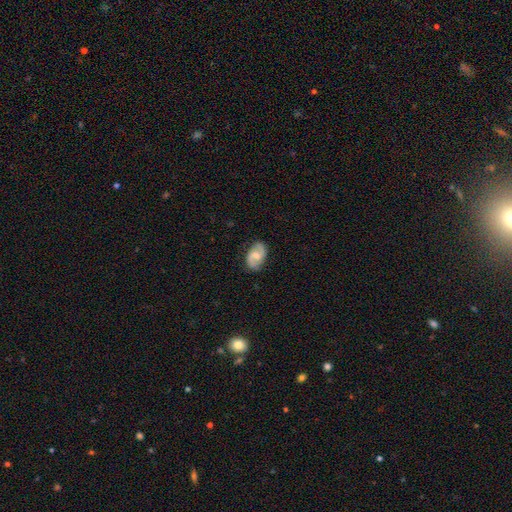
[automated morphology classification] Q: Smooth or featured?
A: featured or disk (69%); runner-up: smooth (25%)
Q: Edge-on disk?
A: no (97%); runner-up: yes (3%)
Q: Bar?
A: weak (50%); runner-up: no (39%)
Q: Spiral arms?
A: yes (92%); runner-up: no (8%)
Q: Spiral winding?
A: medium (47%); runner-up: loose (32%)
Q: Spiral arm count?
A: 2 (90%); runner-up: can't tell (5%)
Q: Bulge size?
A: moderate (54%); runner-up: small (34%)
Q: Merging?
A: none (81%); runner-up: minor disturbance (15%)